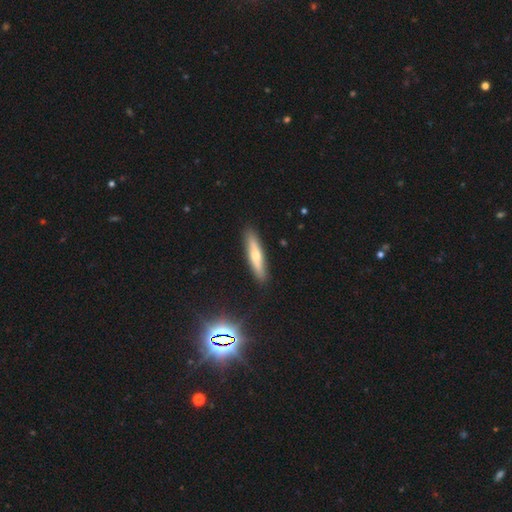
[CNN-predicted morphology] A smooth galaxy with no disk features (54%) that is cigar-shaped (82%).

Vote fractions:
- Smooth or featured? smooth: 54% / featured or disk: 39% / star or artifact: 6%
- How rounded? cigar-shaped: 82% / in between: 16% / round: 2%
- Merging? none: 89% / minor disturbance: 8% / major disturbance: 2% / merger: 1%